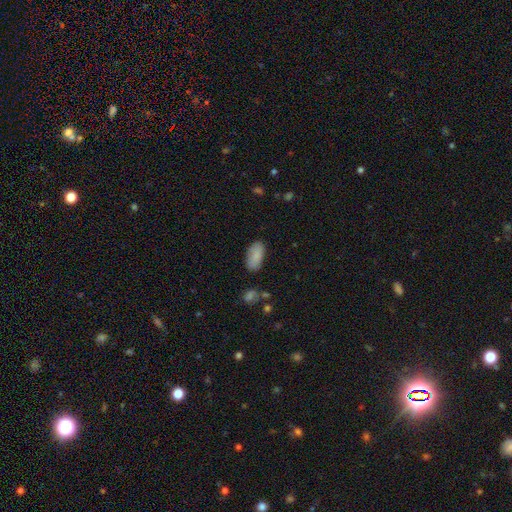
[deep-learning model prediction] This appears to be a smooth galaxy with no disk features (87%) that is in between round and cigar-shaped (92%). Merging: none (82%).